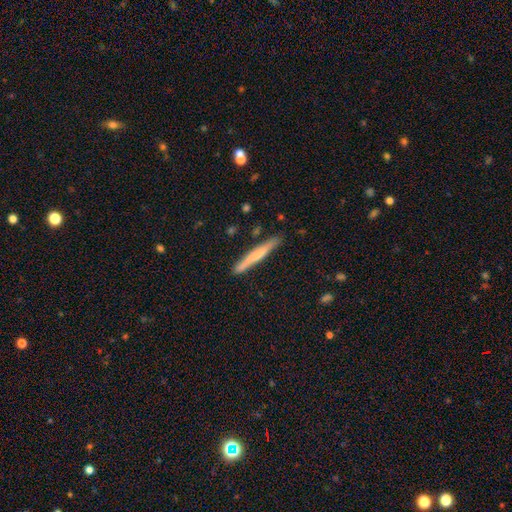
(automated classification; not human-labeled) This is possibly a smooth galaxy (58%). How rounded: clearly cigar-shaped (96%). Merging: clearly none (86%).